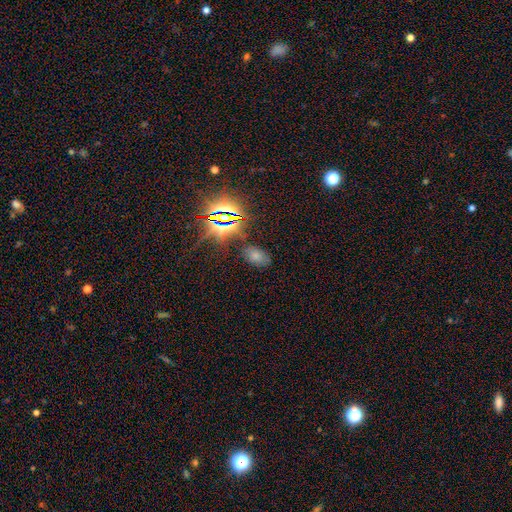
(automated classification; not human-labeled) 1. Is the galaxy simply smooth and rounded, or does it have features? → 58% smooth, 31% star or artifact, 10% featured or disk.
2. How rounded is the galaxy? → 90% in between, 9% round, 2% cigar-shaped.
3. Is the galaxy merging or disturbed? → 77% none, 15% minor disturbance, 5% major disturbance, 3% merger.